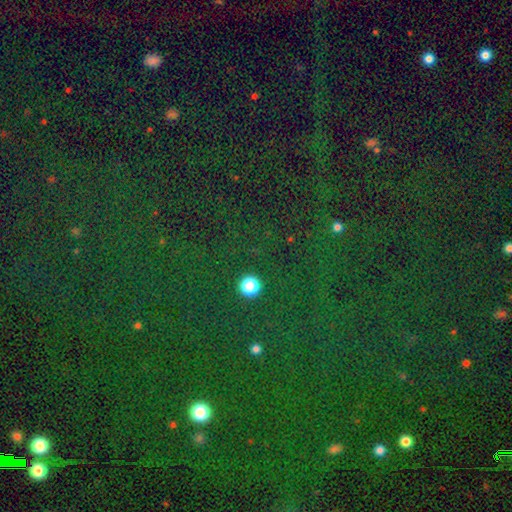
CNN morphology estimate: Smooth or featured? Predicted: star or artifact (p=0.76).